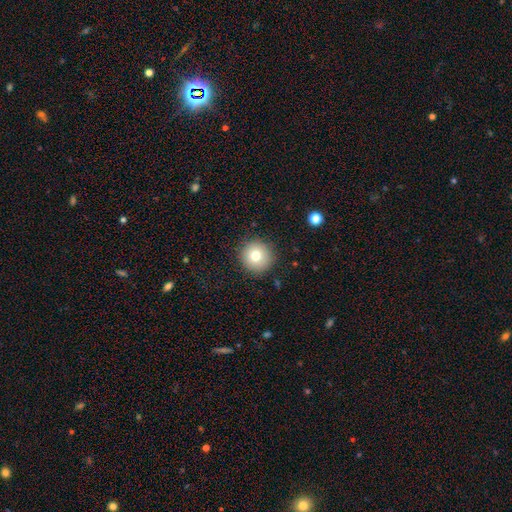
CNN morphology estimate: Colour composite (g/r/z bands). It shows a smooth galaxy with no disk features (76%) that is round (96%). Merging: none (90%).